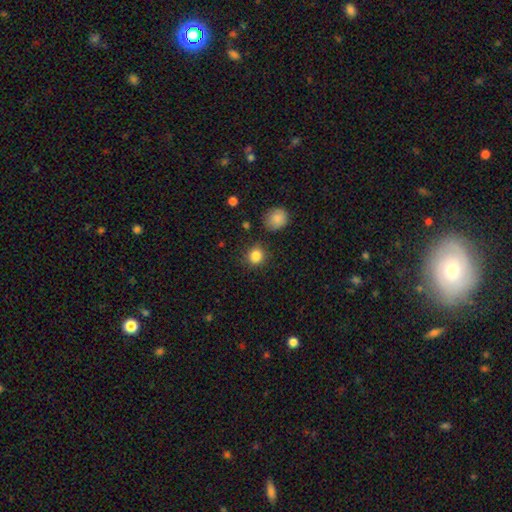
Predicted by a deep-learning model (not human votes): smooth_or_featured: smooth (p=0.85) [alt: star or artifact p=0.11]
how_rounded: round (p=0.85) [alt: in between p=0.14]
merging: none (p=0.82) [alt: minor disturbance p=0.11]